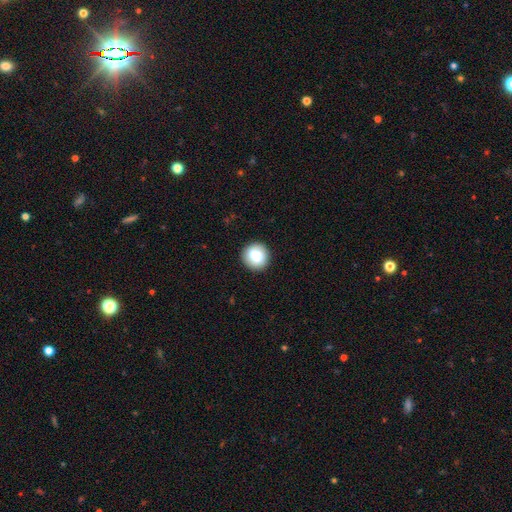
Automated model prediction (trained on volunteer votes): Morphology: type=smooth (83%); roundness=round (89%); merging=none (90%).